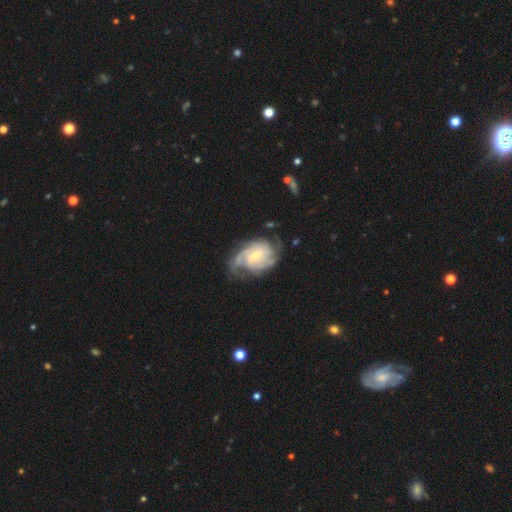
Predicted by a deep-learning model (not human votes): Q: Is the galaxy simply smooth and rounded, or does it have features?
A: featured or disk — 89%.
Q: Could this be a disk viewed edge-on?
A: no — 98%.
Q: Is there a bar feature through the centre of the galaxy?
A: no — 49%.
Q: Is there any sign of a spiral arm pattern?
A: yes — 97%.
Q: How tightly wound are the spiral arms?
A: tight — 54%.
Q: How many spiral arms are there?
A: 2 — 35%.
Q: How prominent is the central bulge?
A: small — 64%.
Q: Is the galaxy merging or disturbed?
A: none — 67%.